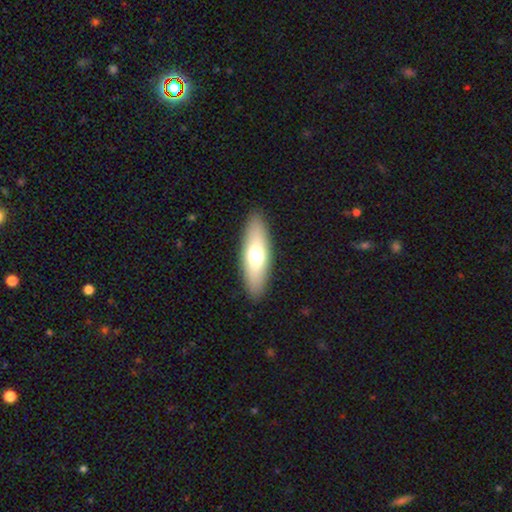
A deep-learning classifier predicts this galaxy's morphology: Smooth or featured: smooth — 65% (featured or disk — 29%)
How rounded: in between — 54% (cigar-shaped — 44%)
Merging: none — 90% (minor disturbance — 7%)